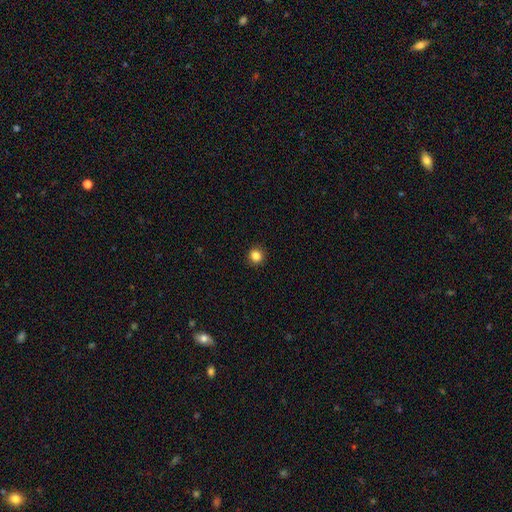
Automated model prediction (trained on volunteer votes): The model was most divided on "smooth or featured": smooth: 85%, star or artifact: 11%, featured or disk: 4%. More confident: how rounded — round (93%); merging — none (93%).